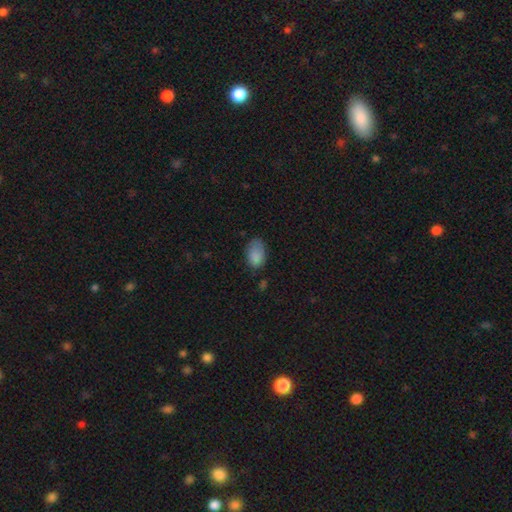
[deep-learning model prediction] Smooth or featured? smooth (85%)
How rounded? in between (89%)
Merging? none (56%)